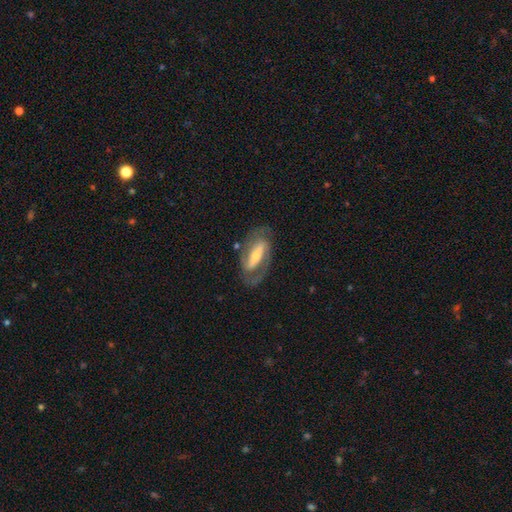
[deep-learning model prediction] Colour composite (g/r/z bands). It shows a featured or disk galaxy (81%) with a strong bar (63%), 2 (82%) medium (46%) spiral arms (86%) and a small central bulge (49%). Merging: none (72%).